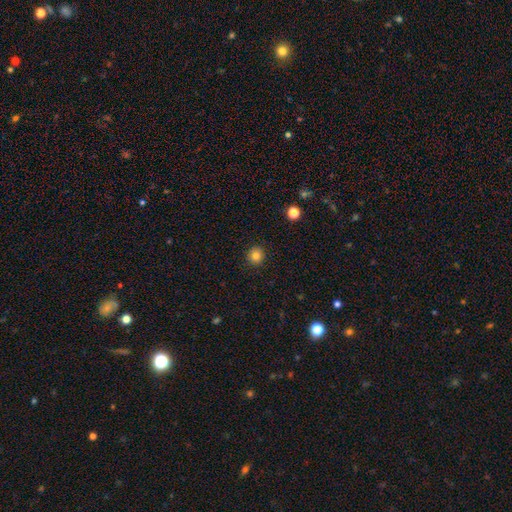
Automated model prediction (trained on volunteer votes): Smooth or featured: smooth — 82% (star or artifact — 12%)
How rounded: round — 90% (in between — 9%)
Merging: none — 91% (minor disturbance — 6%)